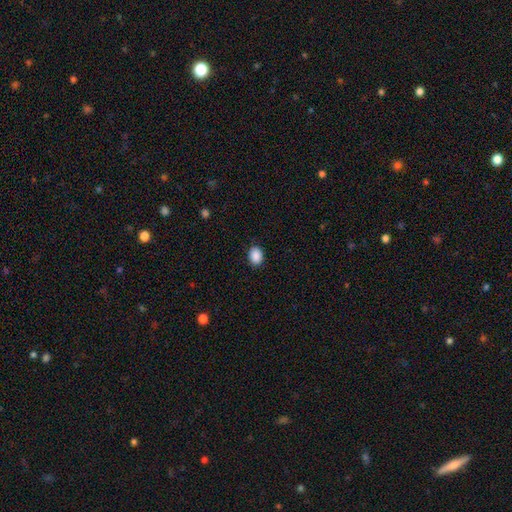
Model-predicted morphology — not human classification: The model was most divided on "how rounded": in between: 70%, round: 29%, cigar-shaped: 1%. More confident: smooth or featured — smooth (90%); merging — none (88%).